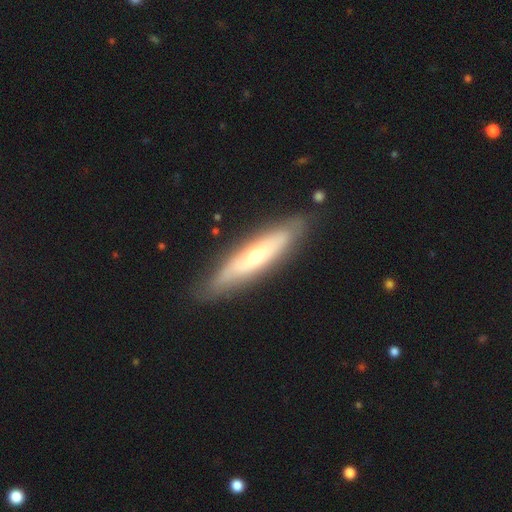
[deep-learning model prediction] featured or disk 56%, smooth 38%, star or artifact 6%. Down the decision tree: edge-on disk — yes (53%); merging — none (82%).